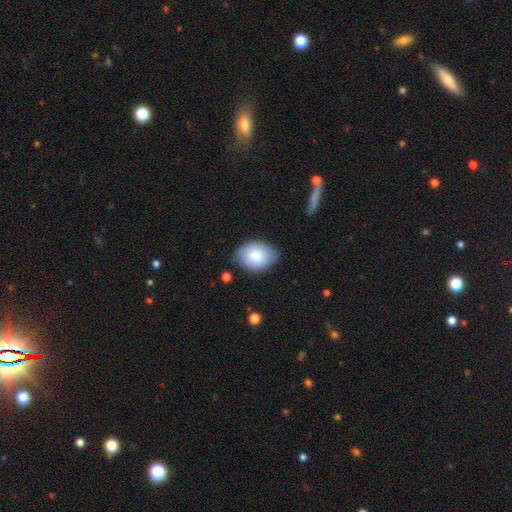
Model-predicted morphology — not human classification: smooth_or_featured: smooth (p=0.85) [alt: featured or disk p=0.09]
how_rounded: in between (p=0.76) [alt: round p=0.23]
merging: none (p=0.75) [alt: minor disturbance p=0.20]